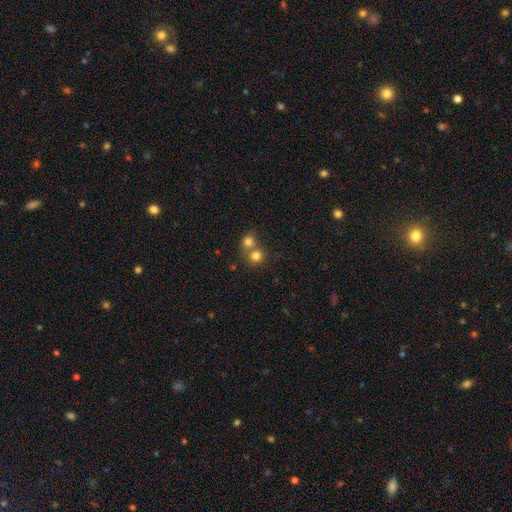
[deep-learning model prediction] Q: Smooth or featured?
A: smooth (78%); runner-up: star or artifact (13%)
Q: How rounded?
A: round (87%); runner-up: in between (12%)
Q: Merging?
A: merger (48%); runner-up: none (44%)